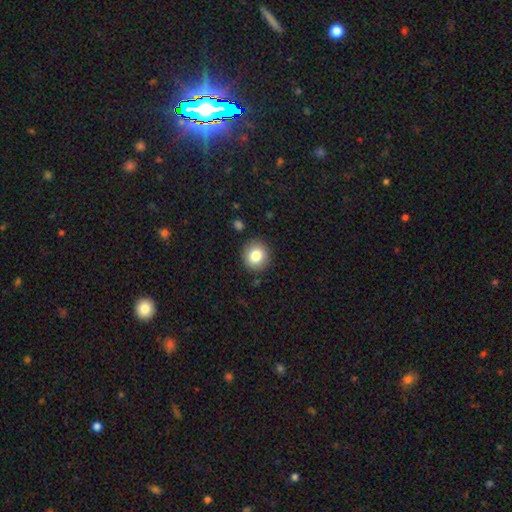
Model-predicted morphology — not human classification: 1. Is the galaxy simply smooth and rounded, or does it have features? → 81% smooth, 9% star or artifact, 9% featured or disk.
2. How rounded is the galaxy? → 88% round, 11% in between, 1% cigar-shaped.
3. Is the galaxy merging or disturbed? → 89% none, 8% minor disturbance, 2% major disturbance, 2% merger.